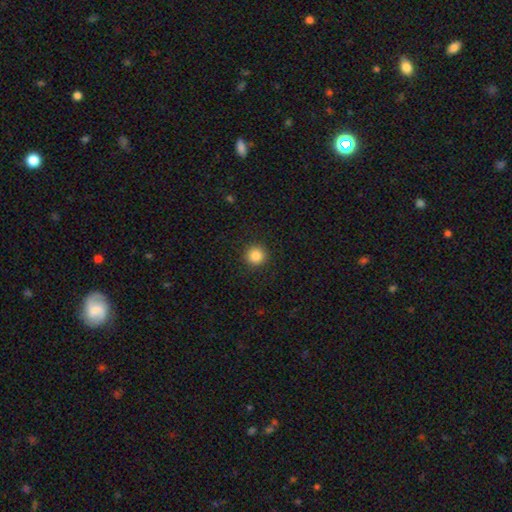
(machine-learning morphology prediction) smooth 86%, star or artifact 10%, featured or disk 4%. Down the decision tree: how rounded — round (95%); merging — none (92%).